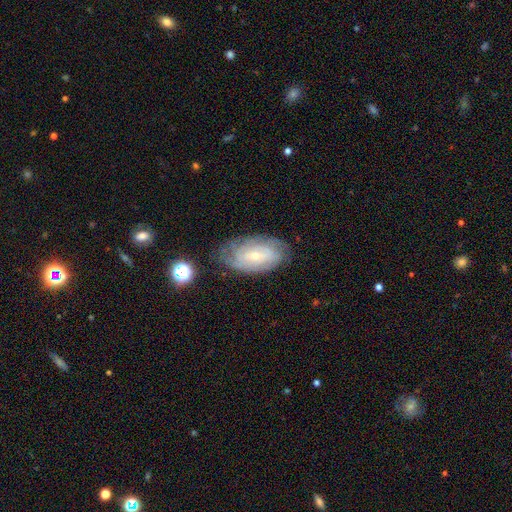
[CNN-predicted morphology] Q: Smooth or featured?
A: featured or disk (75%); runner-up: smooth (18%)
Q: Edge-on disk?
A: no (94%); runner-up: yes (6%)
Q: Bar?
A: no (51%); runner-up: weak (38%)
Q: Spiral arms?
A: yes (90%); runner-up: no (10%)
Q: Spiral winding?
A: tight (68%); runner-up: medium (25%)
Q: Spiral arm count?
A: can't tell (49%); runner-up: 2 (19%)
Q: Bulge size?
A: small (75%); runner-up: moderate (22%)
Q: Merging?
A: none (74%); runner-up: minor disturbance (19%)